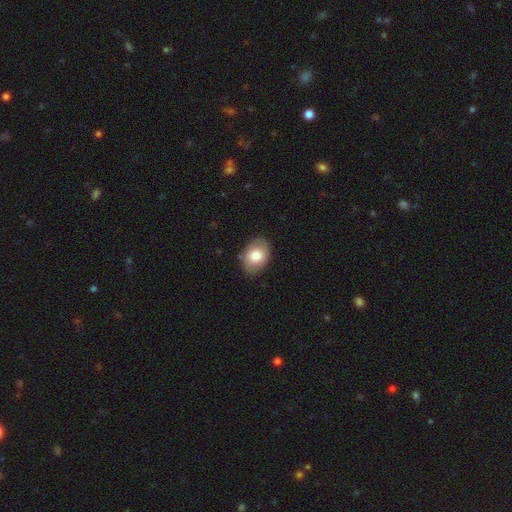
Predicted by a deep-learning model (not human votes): A smooth galaxy with no disk features (80%) that is in between round and cigar-shaped (78%). Merging: none (82%).